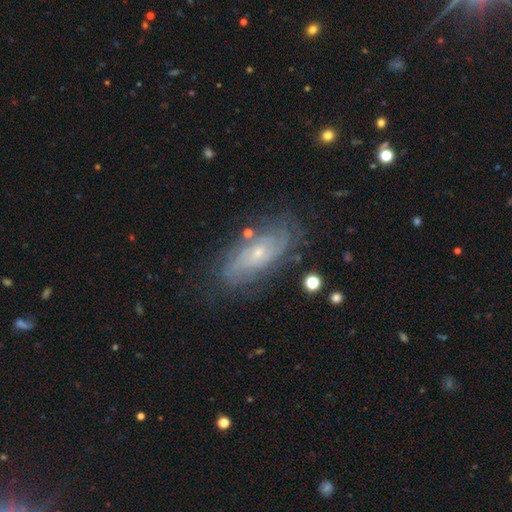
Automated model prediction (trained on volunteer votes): smooth_or_featured: featured or disk (p=0.70) [alt: smooth p=0.21]
disk_edge_on: no (p=0.87) [alt: yes p=0.13]
bar: no (p=0.74) [alt: weak p=0.22]
has_spiral_arms: yes (p=0.85) [alt: no p=0.15]
spiral_winding: tight (p=0.57) [alt: medium p=0.30]
spiral_arm_count: can't tell (p=0.52) [alt: 2 p=0.28]
bulge_size: small (p=0.76) [alt: moderate p=0.19]
merging: none (p=0.75) [alt: minor disturbance p=0.17]